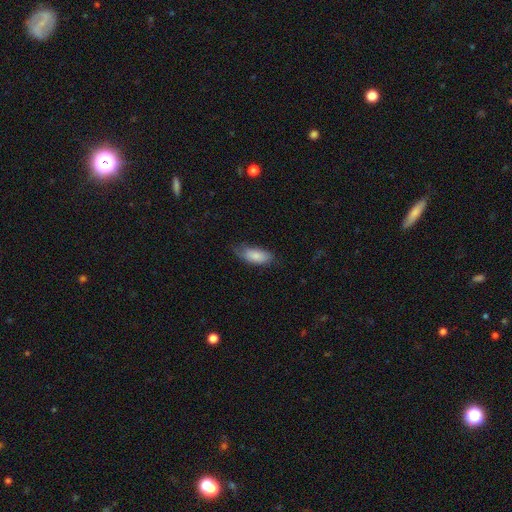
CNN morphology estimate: Overall: smooth (85%). How rounded: in between (85%). Merging: none (58%; minor disturbance 33%).